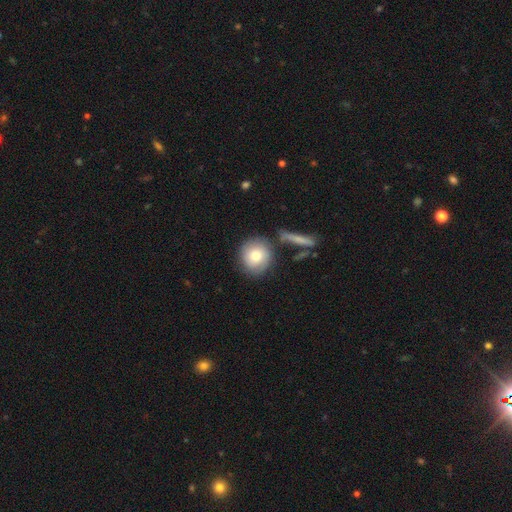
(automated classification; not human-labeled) The model was most divided on "smooth or featured": smooth: 74%, featured or disk: 19%, star or artifact: 8%. More confident: how rounded — round (89%); merging — none (75%).